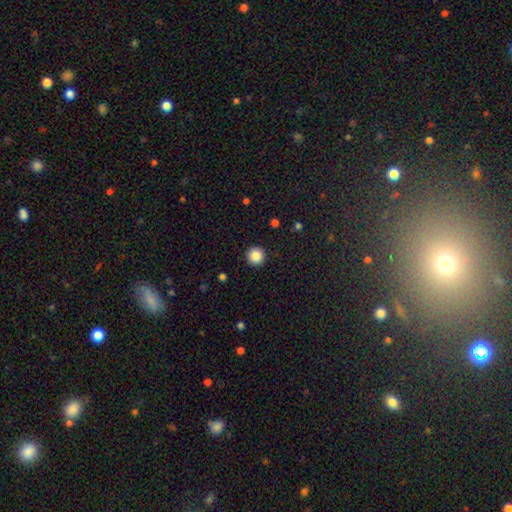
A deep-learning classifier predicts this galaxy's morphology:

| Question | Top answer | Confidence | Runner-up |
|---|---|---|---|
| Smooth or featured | smooth | 87% | star or artifact (10%) |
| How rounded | round | 96% | in between (3%) |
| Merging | none | 93% | minor disturbance (4%) |